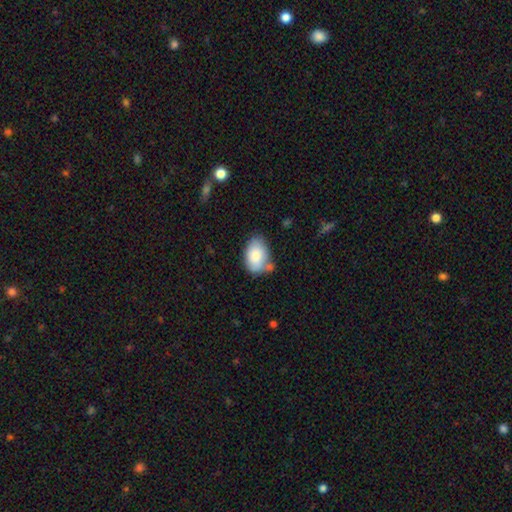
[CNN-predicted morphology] The model was most divided on "merging": none: 57%, minor disturbance: 26%, merger: 11%, major disturbance: 6%. More confident: how rounded — in between (87%); smooth or featured — smooth (80%).